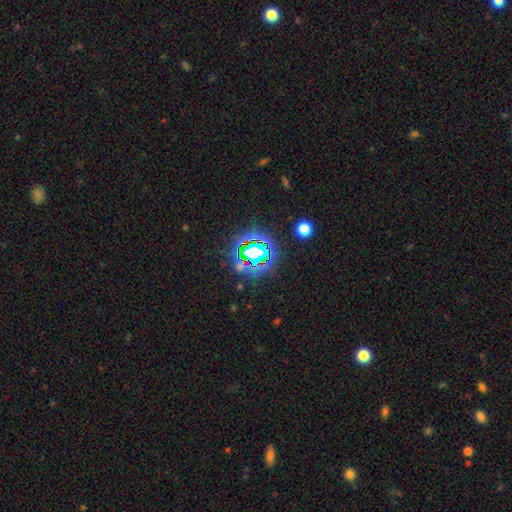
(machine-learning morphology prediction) smooth_or_featured: star or artifact (p=0.70) [alt: smooth p=0.18]